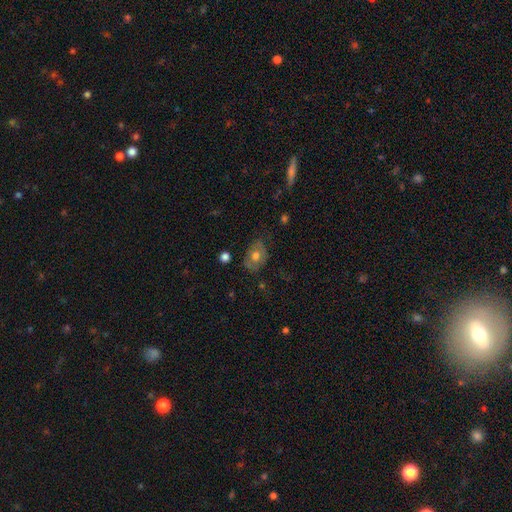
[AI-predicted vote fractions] Smooth or featured? smooth (64%)
How rounded? in between (75%)
Merging? none (68%)